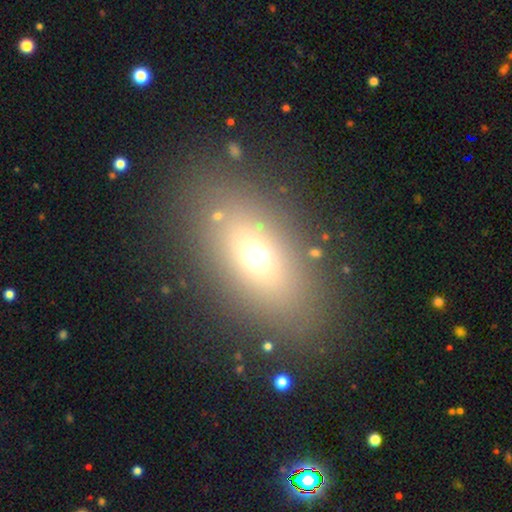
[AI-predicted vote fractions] This appears to be a smooth galaxy with no disk features (63%) that is in between round and cigar-shaped (77%). Merging: none (82%).